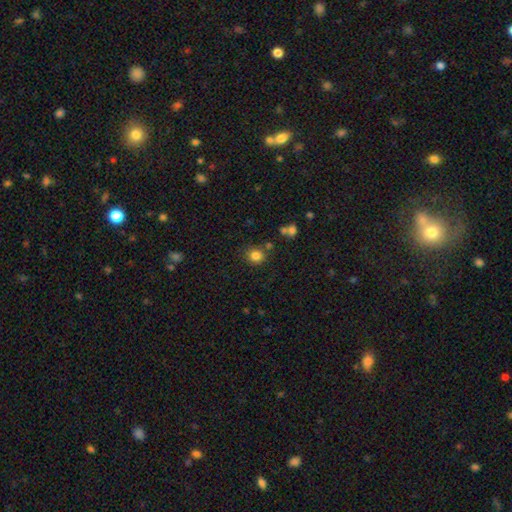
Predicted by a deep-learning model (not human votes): Smooth or featured: smooth — 83% (star or artifact — 12%)
How rounded: round — 84% (in between — 15%)
Merging: none — 80% (minor disturbance — 10%)